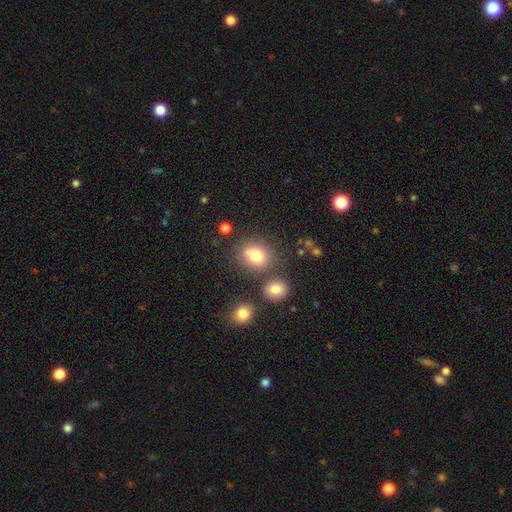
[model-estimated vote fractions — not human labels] This is likely a smooth galaxy (77%). How rounded: likely round (60%). Merging: likely none (65%).